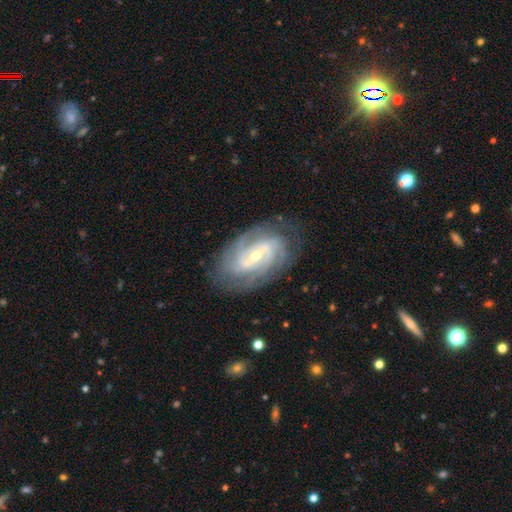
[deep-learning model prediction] Smooth or featured? Predicted: featured or disk (p=0.88). Edge-on disk? Predicted: no (p=0.95). Bar? Predicted: weak (p=0.43). Spiral arms? Predicted: yes (p=0.97). Spiral winding? Predicted: tight (p=0.59). Spiral arm count? Predicted: 2 (p=0.33). Bulge size? Predicted: small (p=0.56). Merging? Predicted: none (p=0.78).